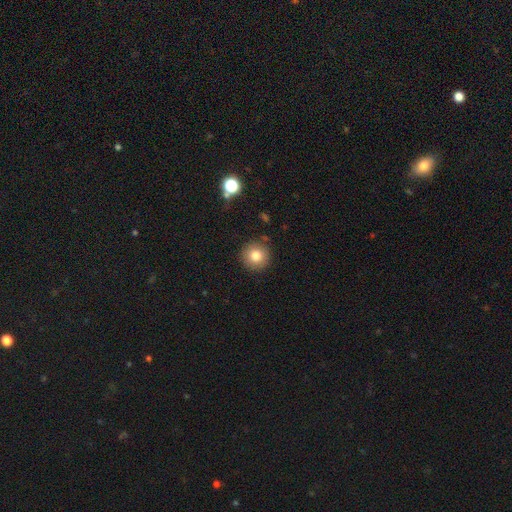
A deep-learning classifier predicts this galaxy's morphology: The model was most divided on "smooth or featured": smooth: 79%, star or artifact: 11%, featured or disk: 10%. More confident: how rounded — round (95%); merging — none (89%).